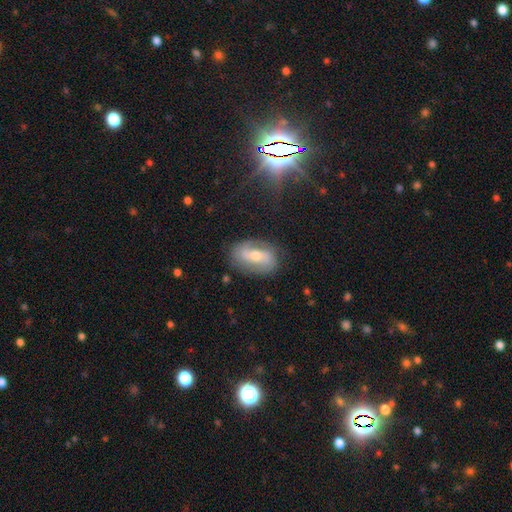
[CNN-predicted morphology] type=featured or disk (64%); edge-on=no (92%); bar=weak (36%); spiral arms=yes (74%); bulge=moderate (59%); merging=none (79%).